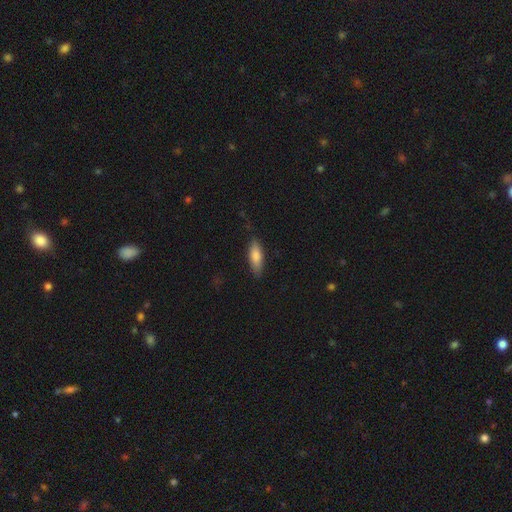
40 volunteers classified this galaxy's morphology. type=smooth (72%); roundness=cigar-shaped (55%); merging=none (80%).